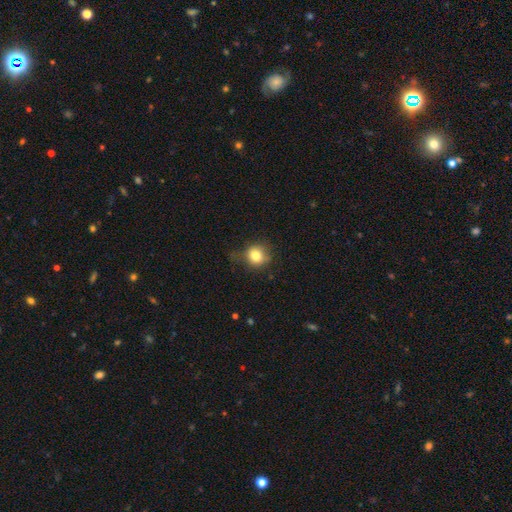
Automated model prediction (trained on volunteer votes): Q: Smooth or featured?
A: smooth (80%); runner-up: star or artifact (11%)
Q: How rounded?
A: round (82%); runner-up: in between (17%)
Q: Merging?
A: none (66%); runner-up: minor disturbance (24%)